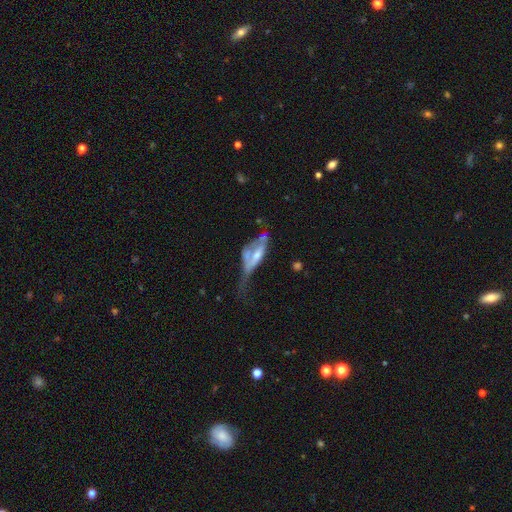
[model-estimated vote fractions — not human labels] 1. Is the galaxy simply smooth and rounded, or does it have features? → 54% featured or disk, 38% smooth, 7% star or artifact.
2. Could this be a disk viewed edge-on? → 73% no, 27% yes.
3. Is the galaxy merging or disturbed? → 47% major disturbance, 20% merger, 19% minor disturbance, 15% none.